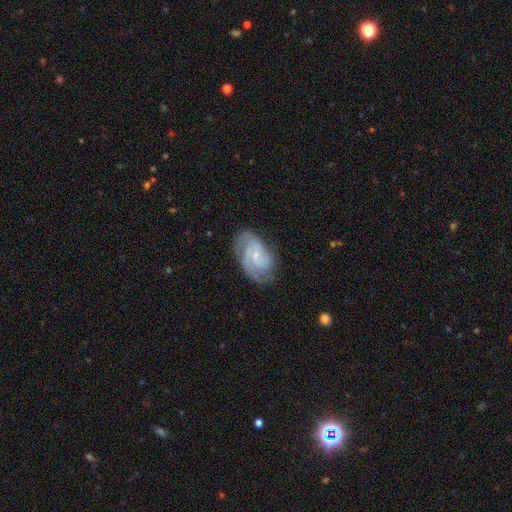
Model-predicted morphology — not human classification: Smooth or featured: featured or disk — 81% (smooth — 13%)
Edge-on disk: no — 97% (yes — 3%)
Bar: no — 56% (weak — 37%)
Spiral arms: yes — 96% (no — 4%)
Spiral winding: tight — 48% (medium — 42%)
Spiral arm count: 2 — 37% (3 — 30%)
Bulge size: small — 74% (moderate — 17%)
Merging: none — 69% (minor disturbance — 21%)